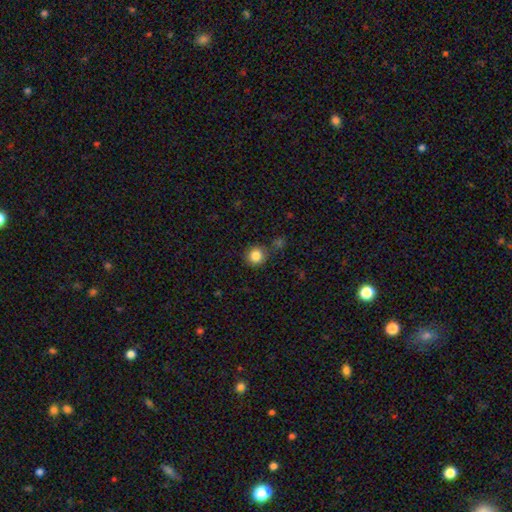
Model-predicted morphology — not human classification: Overall: smooth (84%). How rounded: round (93%). Merging: none (81%).